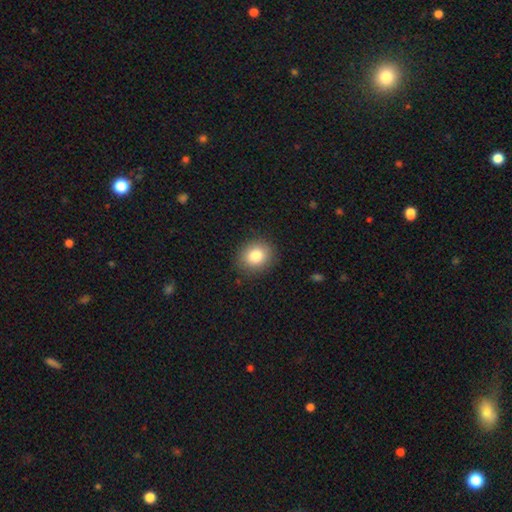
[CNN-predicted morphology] Q: Smooth or featured?
A: smooth (81%); runner-up: star or artifact (10%)
Q: How rounded?
A: round (69%); runner-up: in between (31%)
Q: Merging?
A: none (88%); runner-up: minor disturbance (8%)